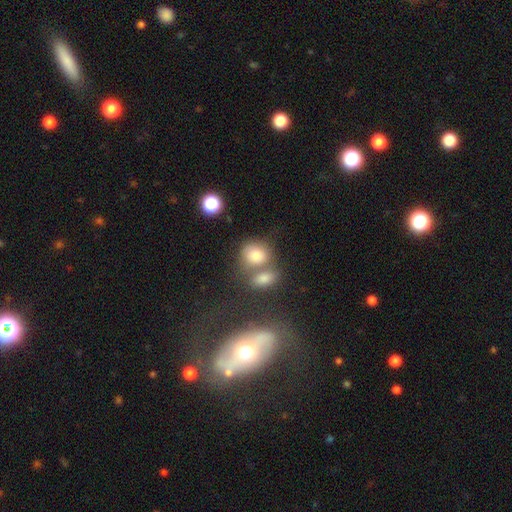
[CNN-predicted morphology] type=smooth (78%); roundness=round (56%); merging=merger (43%).